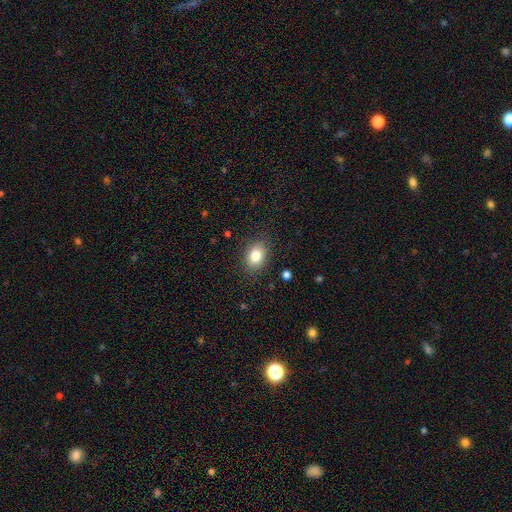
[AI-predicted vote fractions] This appears to be a smooth galaxy with no disk features (82%) that is in between round and cigar-shaped (66%). Merging: none (86%).